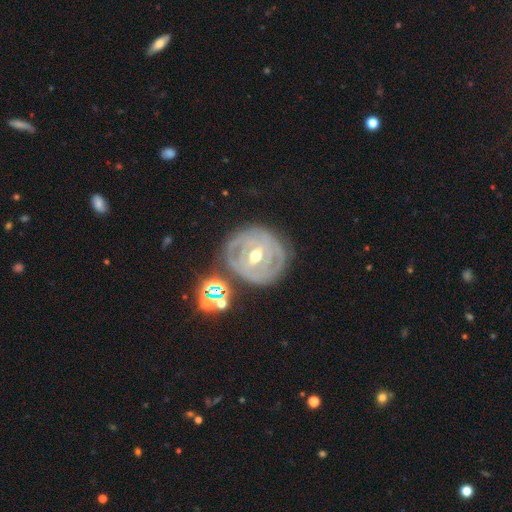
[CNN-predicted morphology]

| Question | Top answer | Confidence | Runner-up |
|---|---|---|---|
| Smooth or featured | featured or disk | 80% | smooth (12%) |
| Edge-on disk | no | 95% | yes (5%) |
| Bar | weak | 45% | strong (30%) |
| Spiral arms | yes | 77% | no (23%) |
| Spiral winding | tight | 77% | medium (17%) |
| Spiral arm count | can't tell | 46% | 2 (21%) |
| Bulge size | moderate | 70% | small (24%) |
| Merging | none | 73% | minor disturbance (15%) |